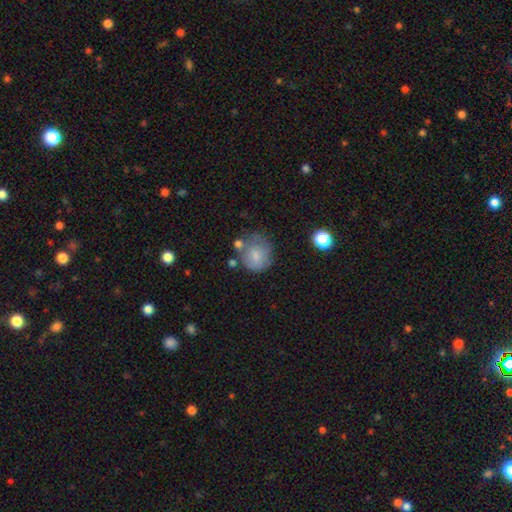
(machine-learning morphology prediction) The model was most divided on "merging": none: 50%, minor disturbance: 26%, major disturbance: 13%, merger: 10%. More confident: how rounded — round (78%); smooth or featured — smooth (72%).